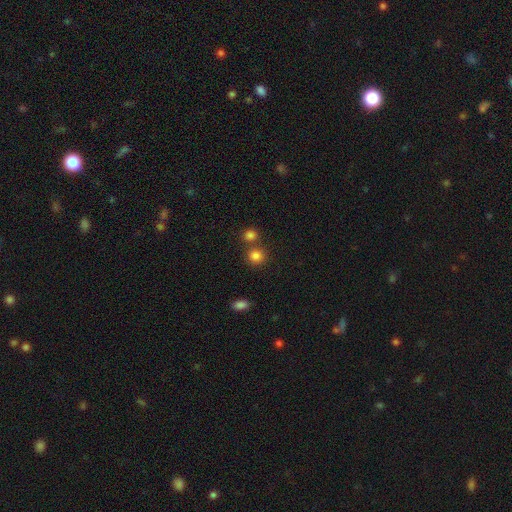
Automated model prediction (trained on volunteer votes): Morphology: type=smooth (83%); roundness=round (86%); merging=none (67%).